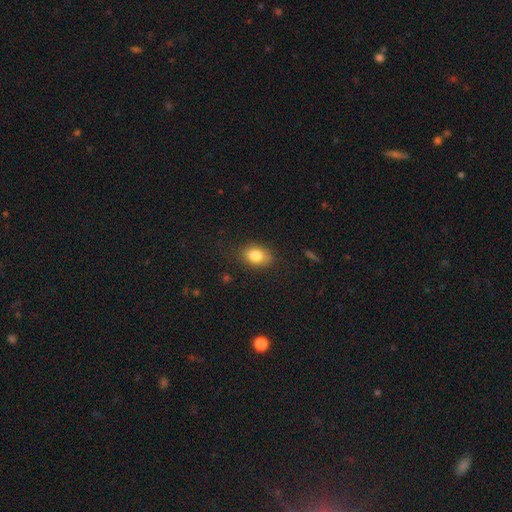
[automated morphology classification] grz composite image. It shows a smooth galaxy with no disk features (83%) that is in between round and cigar-shaped (74%). Merging: none (79%).